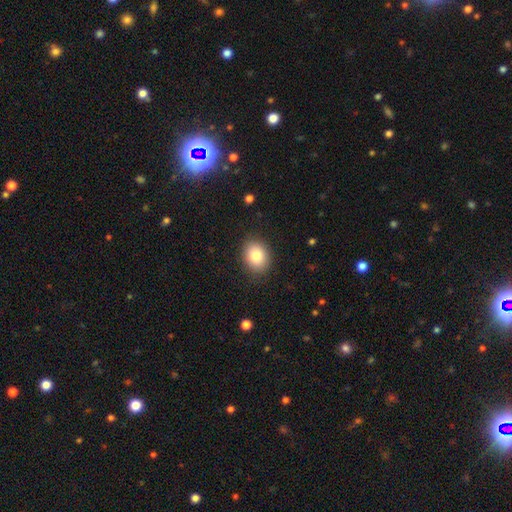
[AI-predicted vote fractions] Smooth or featured? smooth (83%)
How rounded? in between (54%)
Merging? none (87%)